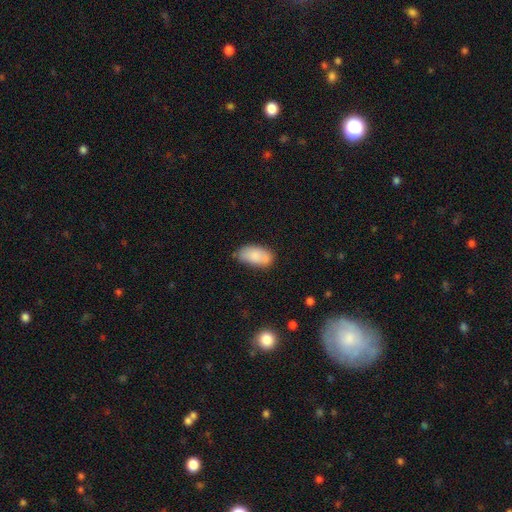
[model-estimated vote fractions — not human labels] Overall: smooth (83%). How rounded: in between (93%). Merging: none (66%).